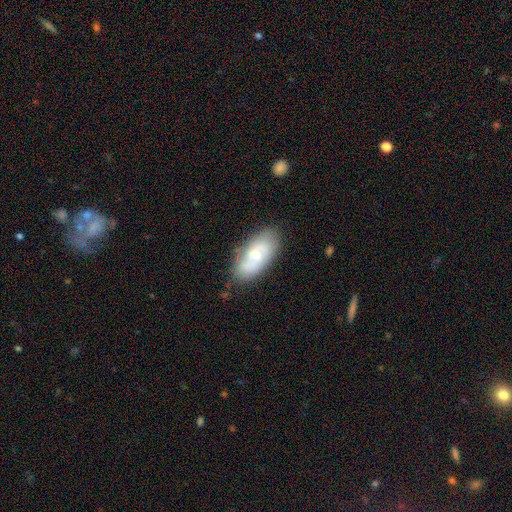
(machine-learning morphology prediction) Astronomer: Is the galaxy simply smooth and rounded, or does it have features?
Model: smooth — 51% (runner-up: featured or disk, 42%).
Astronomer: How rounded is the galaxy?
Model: in between — 90%.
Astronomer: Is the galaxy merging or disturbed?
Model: none — 73%.